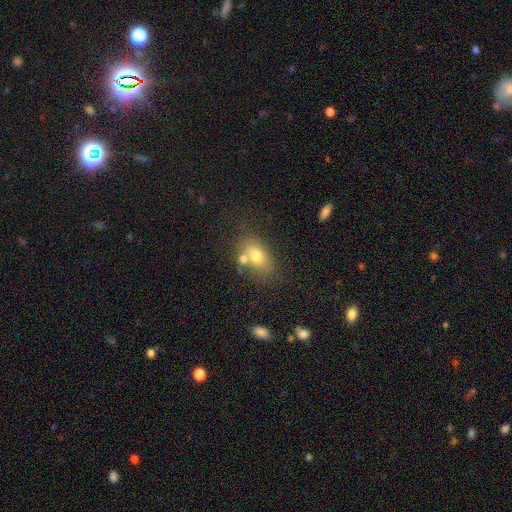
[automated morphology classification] Overall: smooth (72%). How rounded: in between (82%). Merging: none (59%; merger 22%).